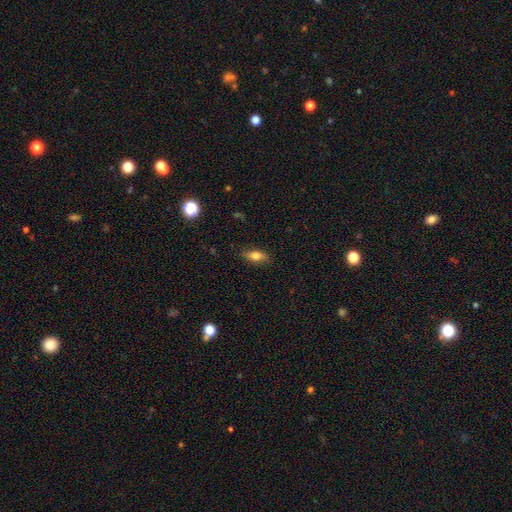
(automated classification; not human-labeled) Morphology: type=smooth (69%); roundness=in between (71%); merging=none (84%).